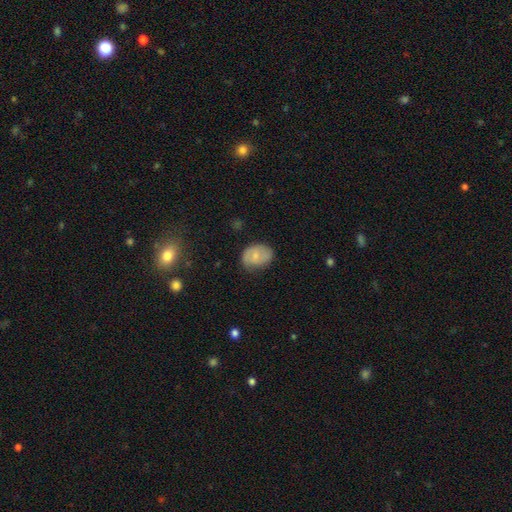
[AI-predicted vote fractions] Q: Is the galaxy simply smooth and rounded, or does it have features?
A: smooth — 64%.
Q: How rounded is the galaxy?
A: in between — 71%.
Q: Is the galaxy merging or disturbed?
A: none — 66%.